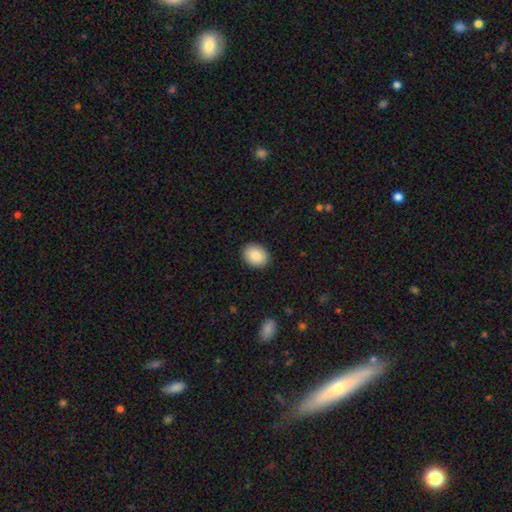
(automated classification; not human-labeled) The model was most divided on "how rounded": in between: 61%, round: 38%, cigar-shaped: 1%. More confident: merging — none (90%); smooth or featured — smooth (87%).